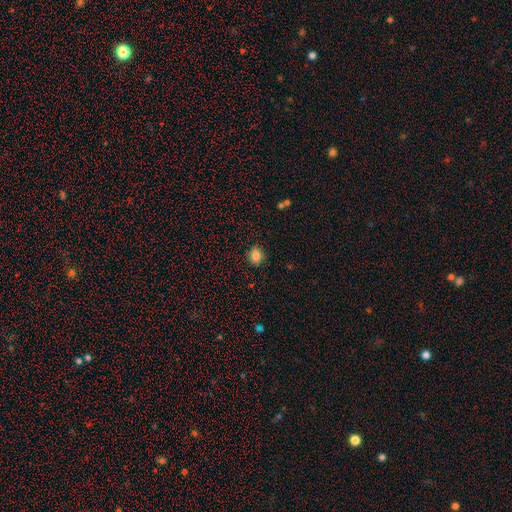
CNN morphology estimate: A smooth galaxy with no disk features (84%) that is round (76%).

Vote fractions:
- Smooth or featured? smooth: 84% / star or artifact: 11% / featured or disk: 5%
- How rounded? round: 76% / in between: 23% / cigar-shaped: 1%
- Merging? none: 87% / minor disturbance: 9% / major disturbance: 2% / merger: 1%